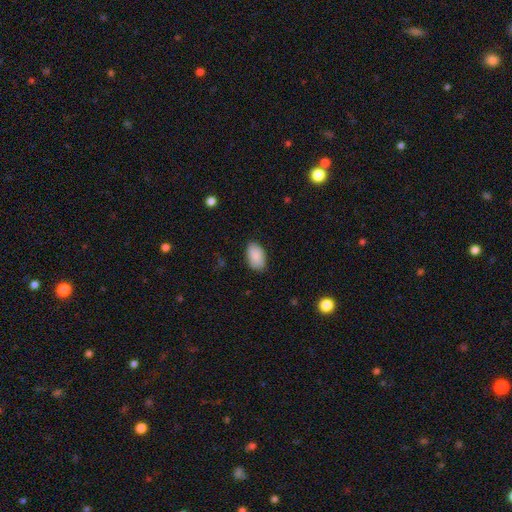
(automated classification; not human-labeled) This is clearly a smooth galaxy (89%). How rounded: clearly in between (93%). Merging: clearly none (82%).